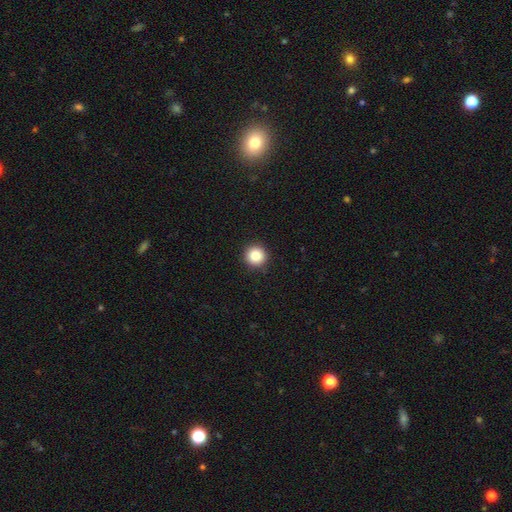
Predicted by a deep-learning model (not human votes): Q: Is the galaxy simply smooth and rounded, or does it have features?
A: smooth — 87%.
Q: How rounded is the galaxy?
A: round — 96%.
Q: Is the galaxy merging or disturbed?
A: none — 92%.